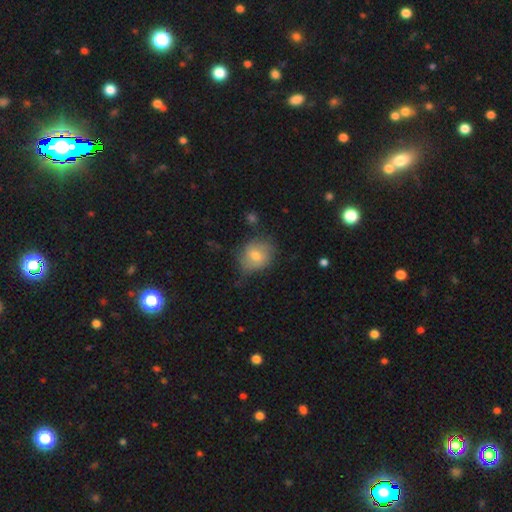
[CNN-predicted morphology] Smooth or featured? smooth (62%)
How rounded? round (65%)
Merging? none (60%)